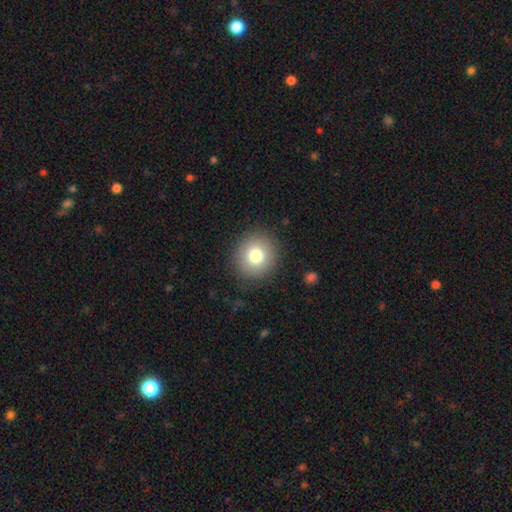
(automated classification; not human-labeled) The model was most divided on "smooth or featured": smooth: 78%, featured or disk: 11%, star or artifact: 11%. More confident: how rounded — round (91%); merging — none (88%).